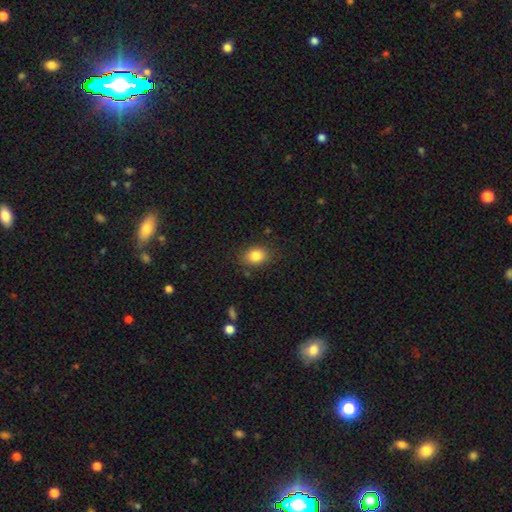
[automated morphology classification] smooth-or-featured: smooth: 84% | star or artifact: 9% | featured or disk: 7%
  how-rounded: in between: 67% | round: 32% | cigar-shaped: 1%
  merging: none: 83% | minor disturbance: 12% | major disturbance: 3% | merger: 2%